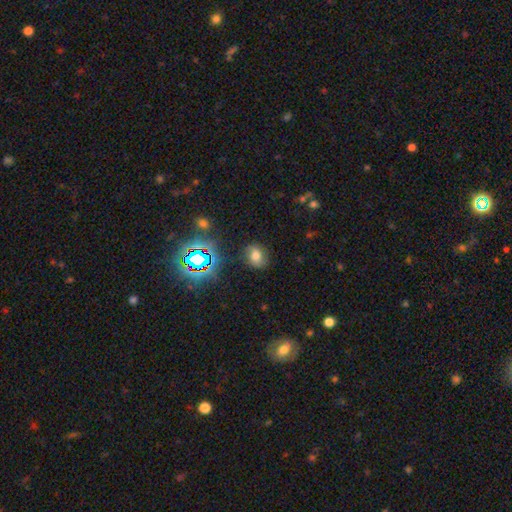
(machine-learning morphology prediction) Smooth or featured? smooth (63%)
How rounded? in between (55%)
Merging? none (79%)